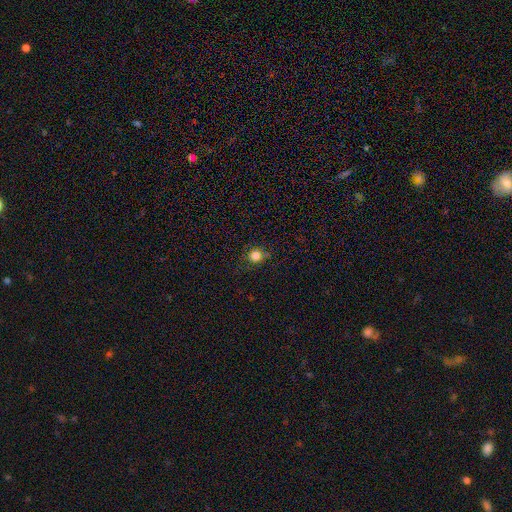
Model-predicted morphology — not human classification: Smooth or featured: smooth — 81% (star or artifact — 14%)
How rounded: round — 89% (in between — 10%)
Merging: none — 79% (minor disturbance — 15%)